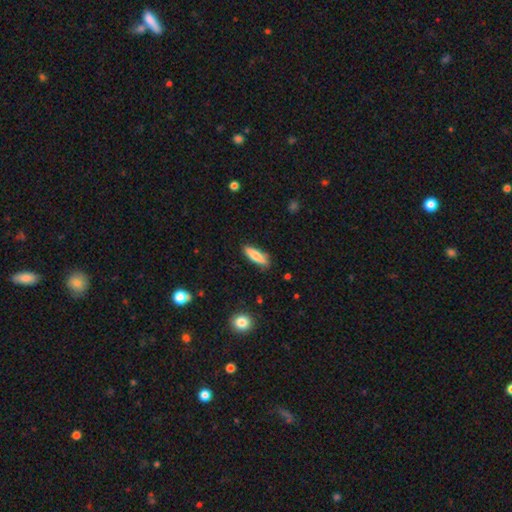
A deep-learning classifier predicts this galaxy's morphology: Smooth or featured? Predicted: smooth (p=0.78). How rounded? Predicted: cigar-shaped (p=0.62). Merging? Predicted: none (p=0.86).